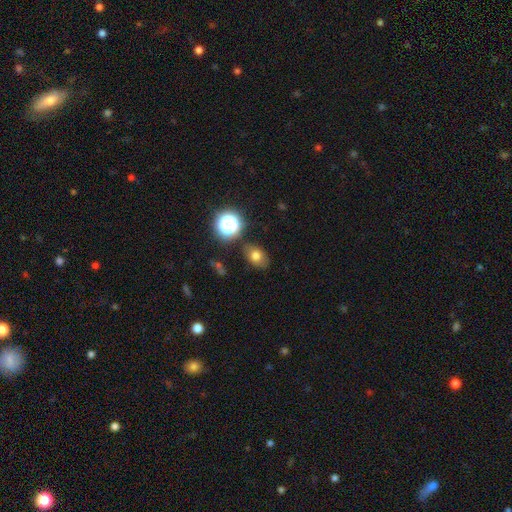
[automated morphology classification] This appears to be a smooth galaxy with no disk features (71%) that is in between round and cigar-shaped (69%). Merging: none (80%).